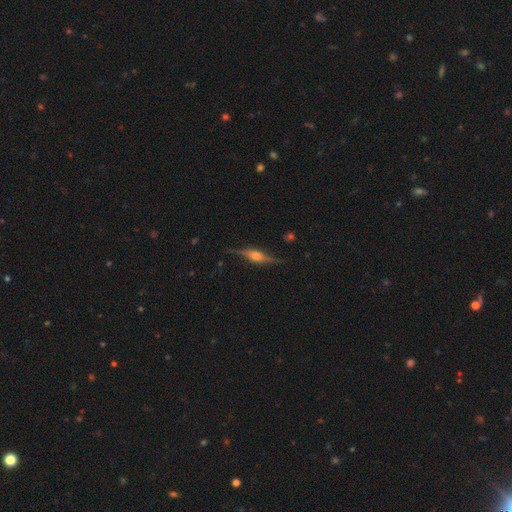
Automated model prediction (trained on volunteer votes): smooth-or-featured: featured or disk: 81% | smooth: 13% | star or artifact: 7%
  disk-edge-on: yes: 93% | no: 7%
    edge-on-bulge: rounded: 85% | boxy: 12% | none: 3%
  merging: none: 79% | minor disturbance: 15% | major disturbance: 5% | merger: 2%